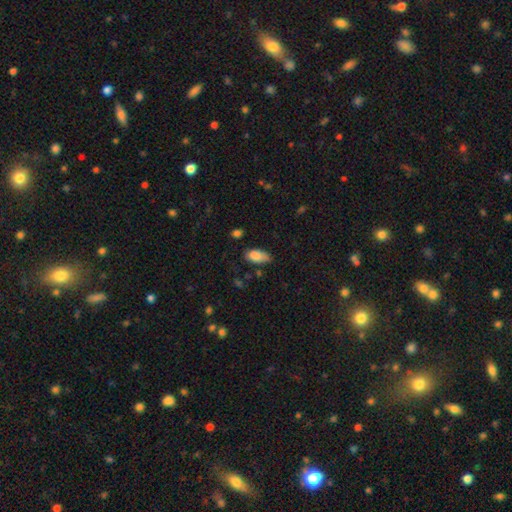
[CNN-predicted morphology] Smooth or featured?
  - smooth: 85% *
  - star or artifact: 8%
  - featured or disk: 7%
How rounded?
  - in between: 91% *
  - cigar-shaped: 6%
  - round: 3%
Merging?
  - none: 55% *
  - minor disturbance: 34%
  - major disturbance: 7%
  - merger: 3%